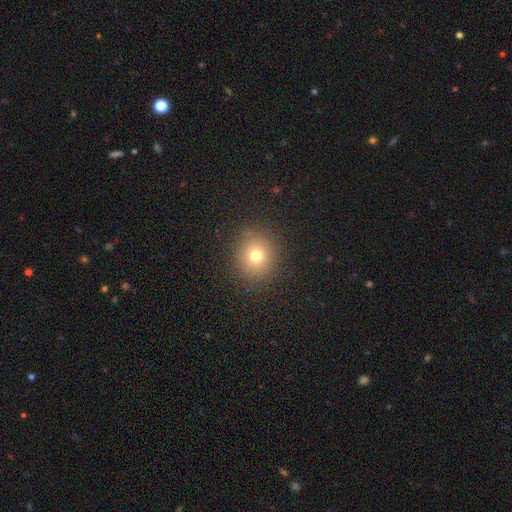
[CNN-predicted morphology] Smooth or featured: smooth — 73% (star or artifact — 16%)
How rounded: round — 88% (in between — 11%)
Merging: none — 88% (minor disturbance — 7%)